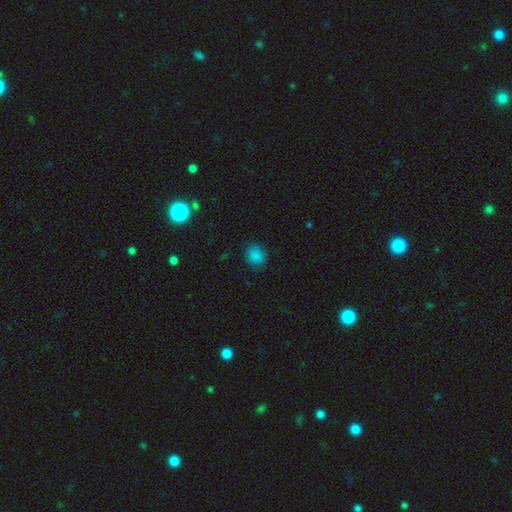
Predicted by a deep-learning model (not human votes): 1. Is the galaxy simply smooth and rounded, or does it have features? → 83% smooth, 13% star or artifact, 4% featured or disk.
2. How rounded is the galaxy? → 73% round, 26% in between, 1% cigar-shaped.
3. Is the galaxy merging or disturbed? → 84% none, 12% minor disturbance, 3% major disturbance, 1% merger.